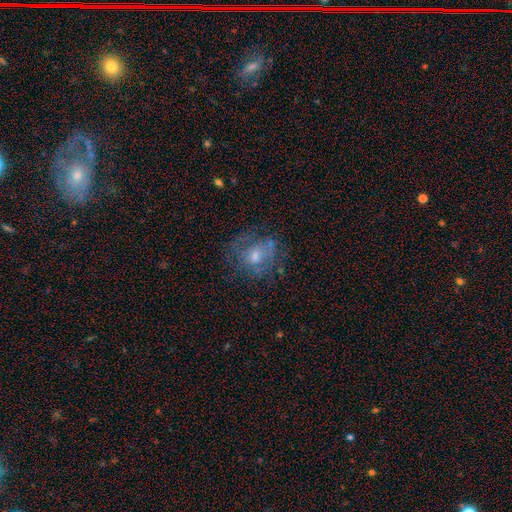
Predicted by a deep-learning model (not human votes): Overall: featured or disk (43%, tied with smooth). Merging: none (60%; minor disturbance 20%).